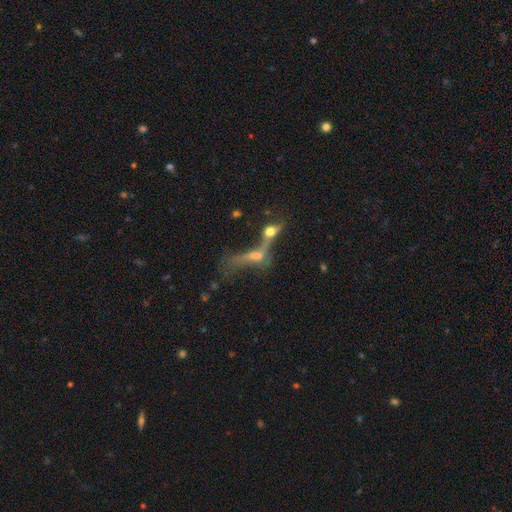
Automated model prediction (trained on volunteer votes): This is possibly a featured or disk galaxy (51%). It is likely not viewed edge-on (69%). Merging: possibly merger (56%).